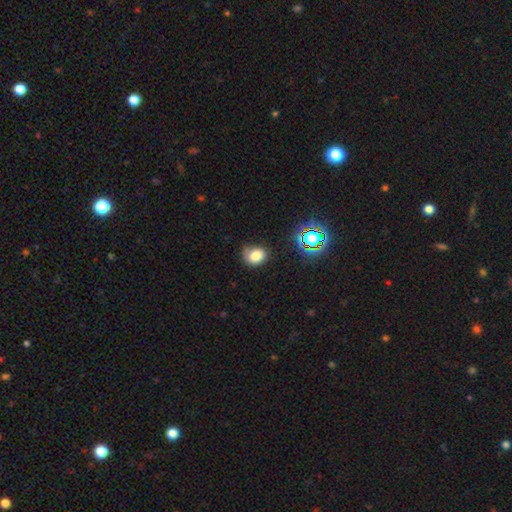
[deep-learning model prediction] smooth 78%, star or artifact 14%, featured or disk 8%. Down the decision tree: how rounded — round (53%); merging — none (63%).